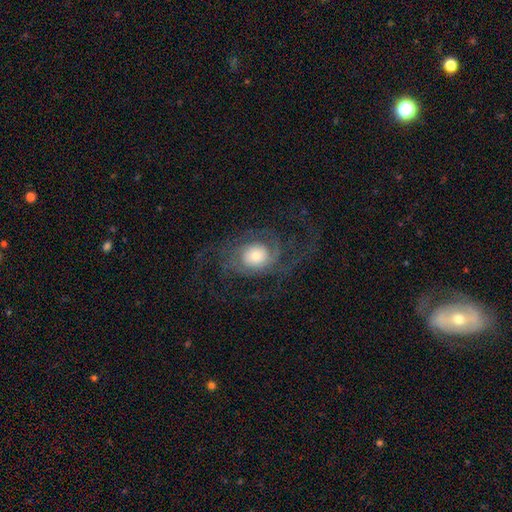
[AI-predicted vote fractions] smooth-or-featured: featured or disk: 80% | smooth: 14% | star or artifact: 6%
  disk-edge-on: no: 97% | yes: 3%
    bar: no: 77% | weak: 18% | strong: 5%
    has-spiral-arms: yes: 92% | no: 8%
      spiral-winding: medium: 42% | tight: 33% | loose: 25%
      spiral-arm-count: 2: 33% | can't tell: 22% | 3: 21% | 4: 9% | 1: 8% | more than 4: 6%
    bulge-size: moderate: 43% | small: 26% | large: 23% | dominant: 6% | none: 2%
  merging: none: 60% | major disturbance: 24% | minor disturbance: 14% | merger: 1%